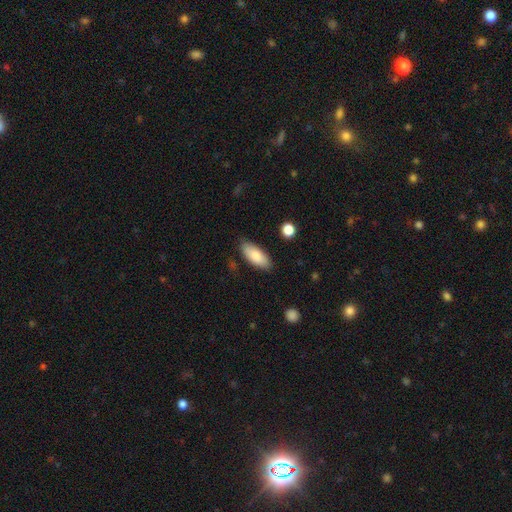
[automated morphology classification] smooth_or_featured: smooth (p=0.84) [alt: featured or disk p=0.11]
how_rounded: in between (p=0.80) [alt: cigar-shaped p=0.18]
merging: none (p=0.83) [alt: minor disturbance p=0.13]